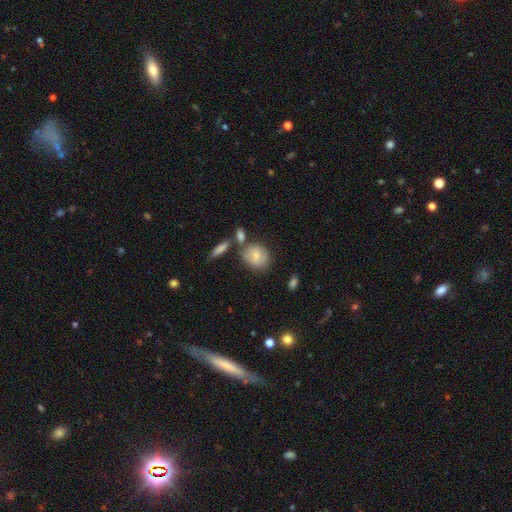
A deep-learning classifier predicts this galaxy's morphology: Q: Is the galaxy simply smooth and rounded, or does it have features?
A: smooth — 76%.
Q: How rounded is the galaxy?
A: round — 60%.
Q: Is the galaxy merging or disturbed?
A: none — 60%.